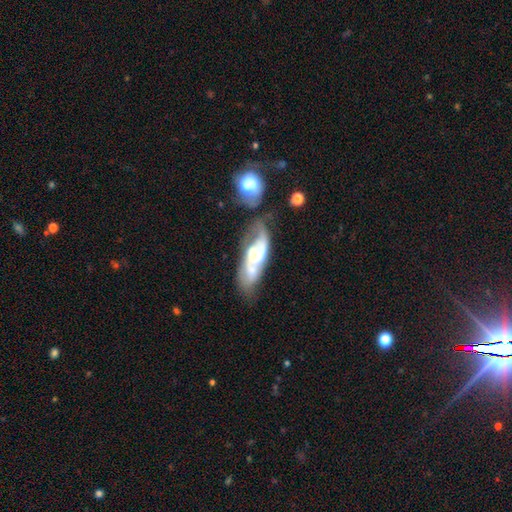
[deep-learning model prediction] Morphology: type=featured or disk (75%); edge-on=no (91%); bar=no (60%); spiral arms=yes (87%); winding=medium (44%); arm count=2 (69%); bulge=small (53%); merging=none (32%).